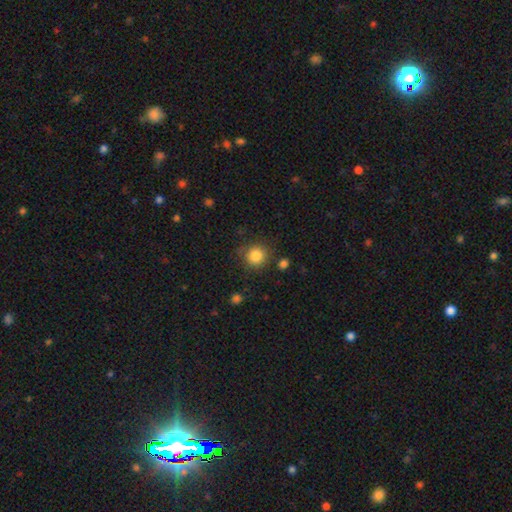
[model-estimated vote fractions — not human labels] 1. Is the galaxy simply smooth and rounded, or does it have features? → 84% smooth, 10% star or artifact, 5% featured or disk.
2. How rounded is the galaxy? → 91% round, 8% in between, 1% cigar-shaped.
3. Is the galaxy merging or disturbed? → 81% none, 11% minor disturbance, 4% major disturbance, 4% merger.